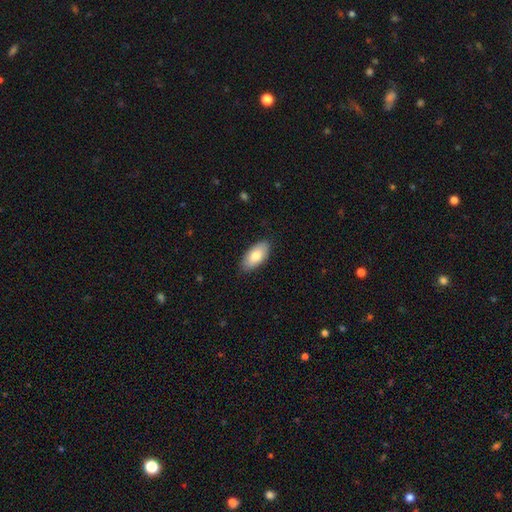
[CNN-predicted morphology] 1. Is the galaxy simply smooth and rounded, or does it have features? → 80% smooth, 14% featured or disk, 6% star or artifact.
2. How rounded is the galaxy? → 93% in between, 5% cigar-shaped, 2% round.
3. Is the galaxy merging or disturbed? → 86% none, 11% minor disturbance, 2% major disturbance, 1% merger.